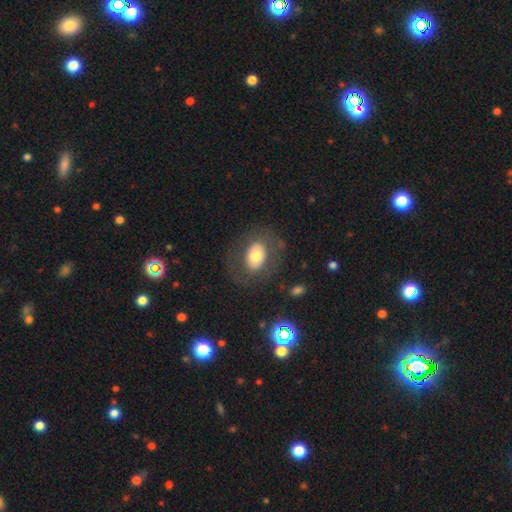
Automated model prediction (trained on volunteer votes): This appears to be a smooth galaxy with no disk features (58%) that is in between round and cigar-shaped (65%). Merging: none (74%).